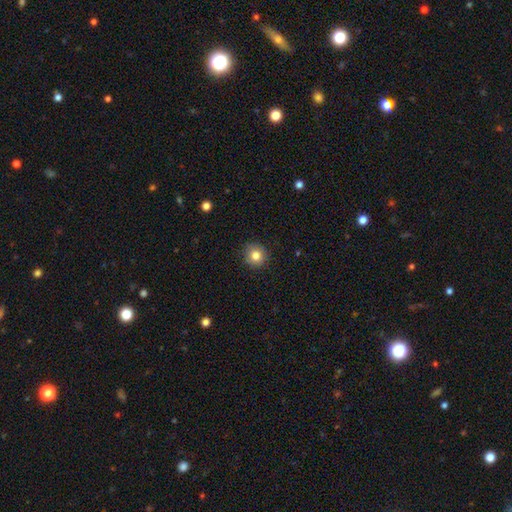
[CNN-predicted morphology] A smooth galaxy with no disk features (81%) that is round (91%).

Vote fractions:
- Smooth or featured? smooth: 81% / star or artifact: 11% / featured or disk: 8%
- How rounded? round: 91% / in between: 8% / cigar-shaped: 1%
- Merging? none: 89% / minor disturbance: 8% / major disturbance: 2% / merger: 1%